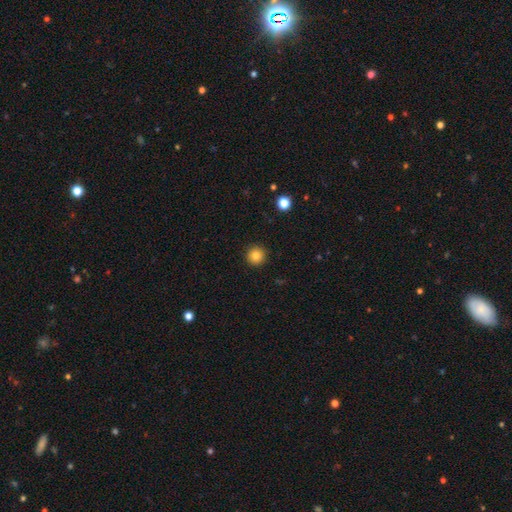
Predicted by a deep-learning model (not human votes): Smooth or featured: smooth — 84% (star or artifact — 11%)
How rounded: round — 96% (in between — 3%)
Merging: none — 93% (minor disturbance — 5%)